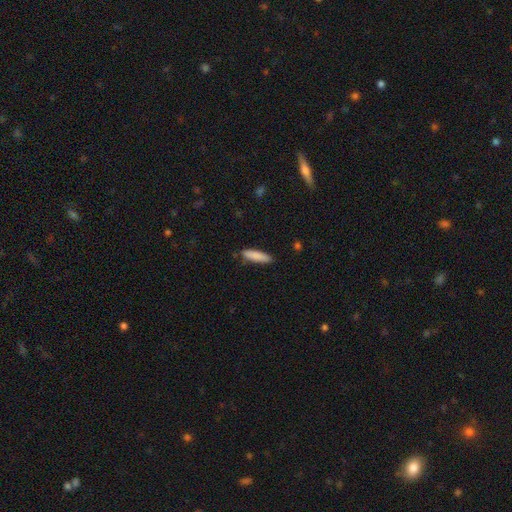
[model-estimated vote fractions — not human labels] Morphology: type=smooth (86%); roundness=cigar-shaped (74%); merging=none (85%).